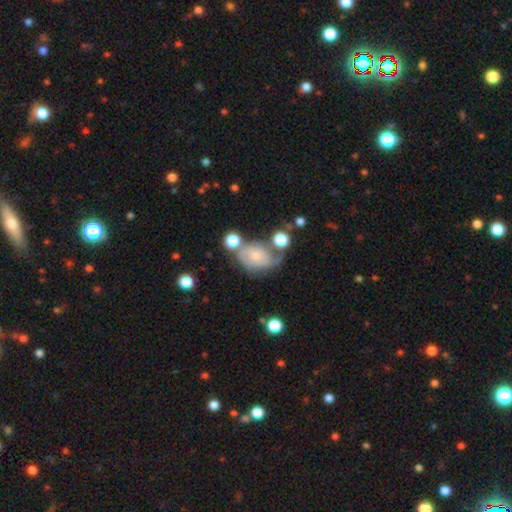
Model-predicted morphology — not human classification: Smooth or featured? Predicted: featured or disk (p=0.49). Merging? Predicted: none (p=0.39).